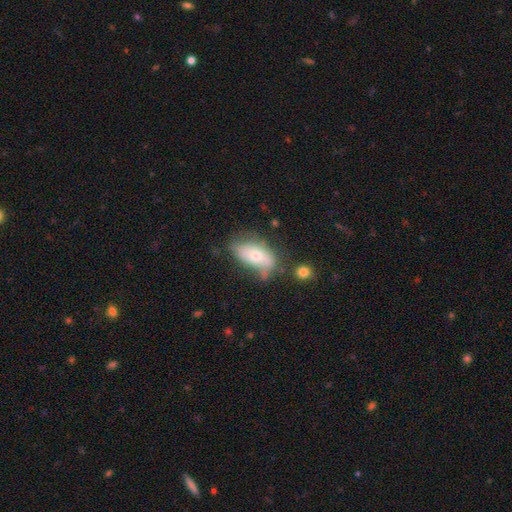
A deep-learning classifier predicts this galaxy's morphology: Smooth or featured? Predicted: smooth (p=0.61). How rounded? Predicted: in between (p=0.89). Merging? Predicted: none (p=0.45).